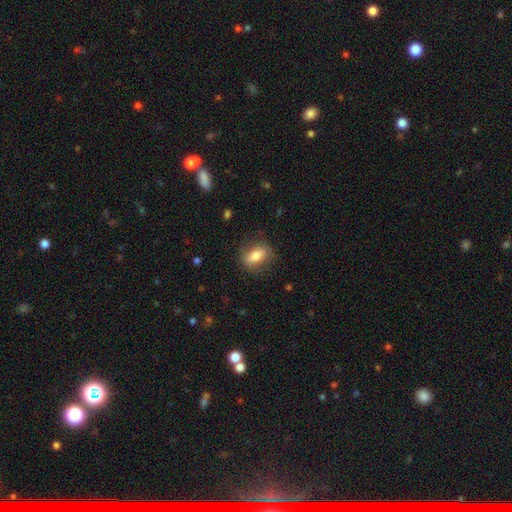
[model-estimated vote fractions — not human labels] A smooth galaxy with no disk features (72%) that is in between round and cigar-shaped (77%).

Vote fractions:
- Smooth or featured? smooth: 72% / featured or disk: 20% / star or artifact: 7%
- How rounded? in between: 77% / round: 15% / cigar-shaped: 9%
- Merging? none: 81% / minor disturbance: 13% / major disturbance: 4% / merger: 1%